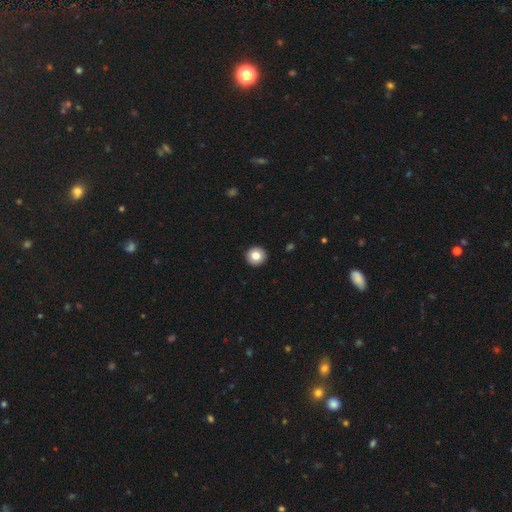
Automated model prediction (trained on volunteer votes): smooth_or_featured: smooth (p=0.81) [alt: featured or disk p=0.10]
how_rounded: round (p=0.95) [alt: in between p=0.04]
merging: none (p=0.94) [alt: minor disturbance p=0.04]